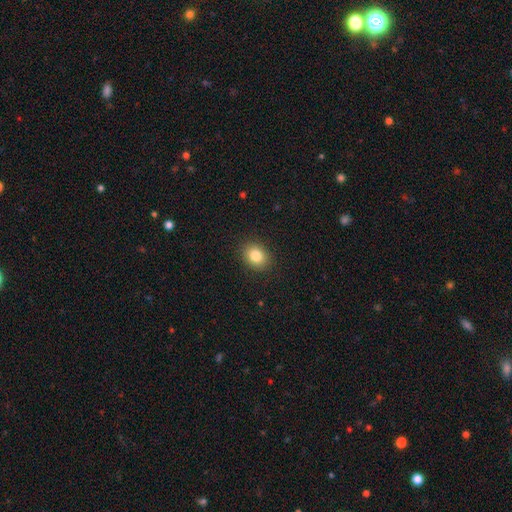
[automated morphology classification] A smooth galaxy with no disk features (84%) that is in between round and cigar-shaped (51%).

Vote fractions:
- Smooth or featured? smooth: 84% / star or artifact: 10% / featured or disk: 6%
- How rounded? in between: 51% / round: 48% / cigar-shaped: 1%
- Merging? none: 89% / minor disturbance: 7% / major disturbance: 2% / merger: 1%